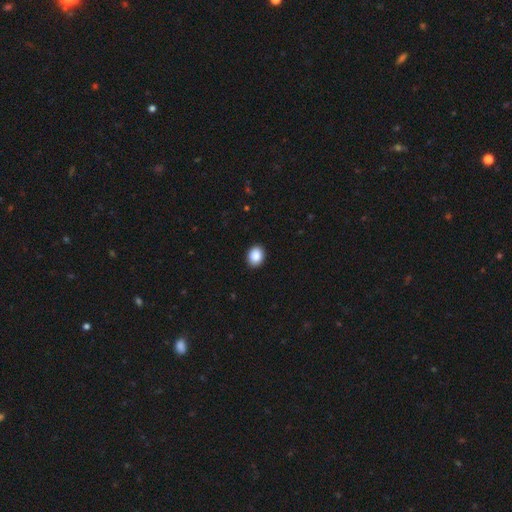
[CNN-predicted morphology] This appears to be a smooth galaxy with no disk features (89%) that is in between round and cigar-shaped (57%). Merging: none (91%).